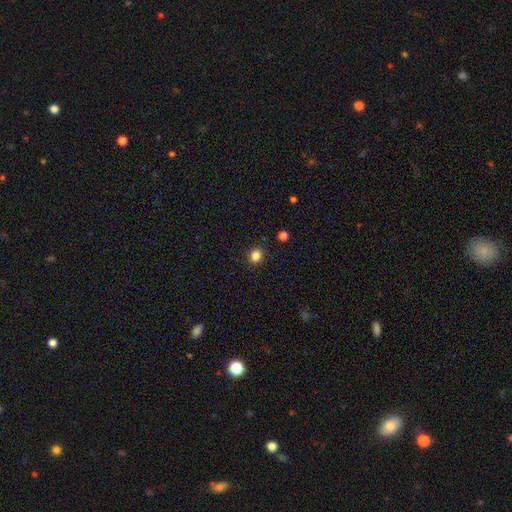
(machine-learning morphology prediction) Smooth or featured? Predicted: smooth (p=0.84). How rounded? Predicted: round (p=0.80). Merging? Predicted: none (p=0.90).